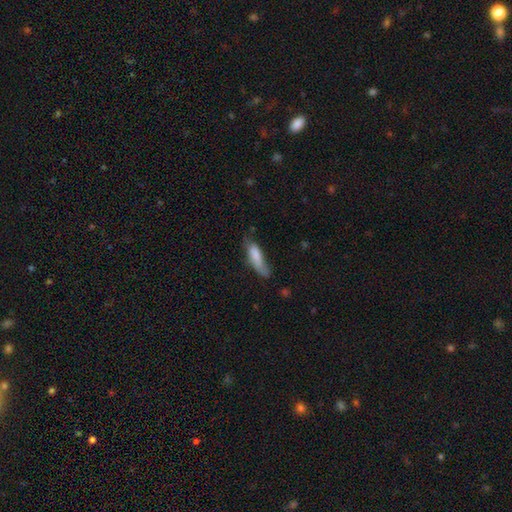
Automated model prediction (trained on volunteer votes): A smooth galaxy with no disk features (76%) that is cigar-shaped (54%).

Vote fractions:
- Smooth or featured? smooth: 76% / featured or disk: 17% / star or artifact: 7%
- How rounded? cigar-shaped: 54% / in between: 44% / round: 2%
- Merging? none: 43% / minor disturbance: 34% / major disturbance: 18% / merger: 5%